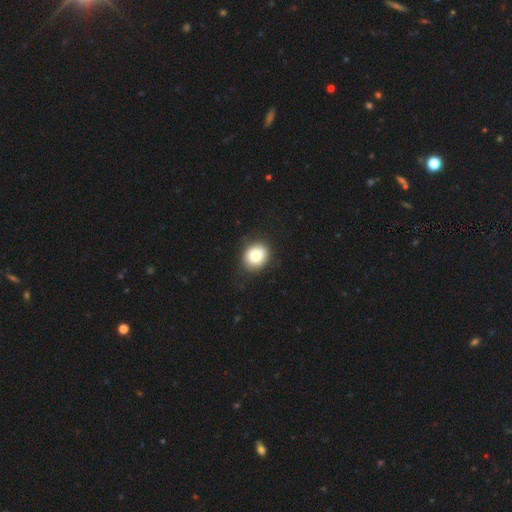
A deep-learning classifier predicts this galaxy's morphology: Overall: smooth (82%). How rounded: round (69%; in between 30%). Merging: none (85%).